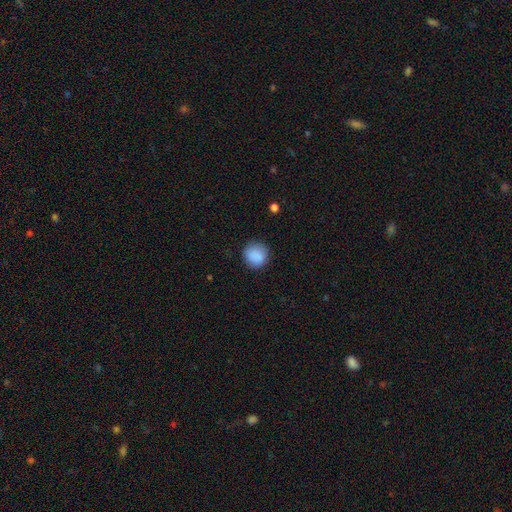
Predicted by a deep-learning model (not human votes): Overall: smooth (88%). How rounded: round (90%). Merging: none (84%).